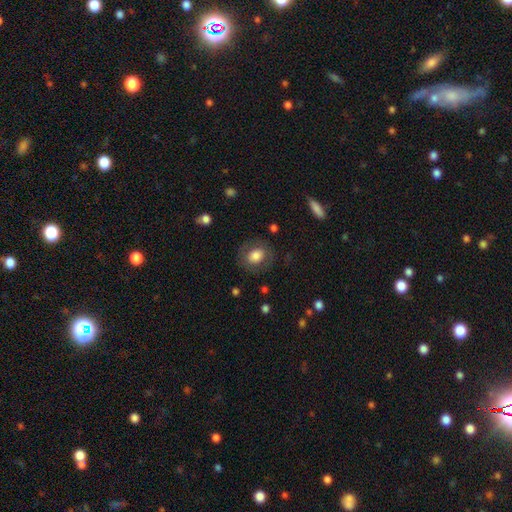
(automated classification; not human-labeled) Smooth or featured: smooth — 71% (featured or disk — 21%)
How rounded: round — 65% (in between — 34%)
Merging: none — 79% (minor disturbance — 12%)